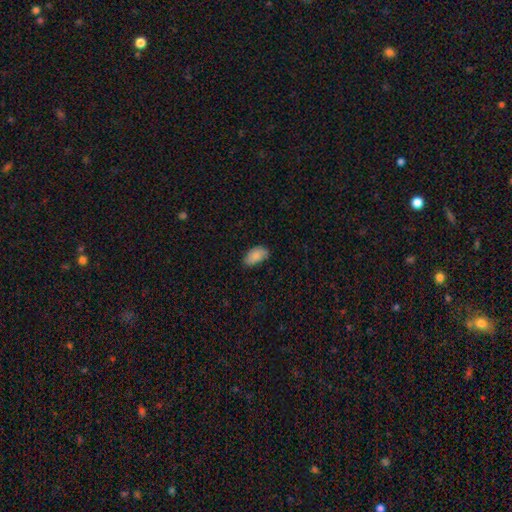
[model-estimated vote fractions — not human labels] smooth_or_featured: smooth (p=0.87) [alt: star or artifact p=0.07]
how_rounded: in between (p=0.94) [alt: round p=0.03]
merging: none (p=0.74) [alt: minor disturbance p=0.21]